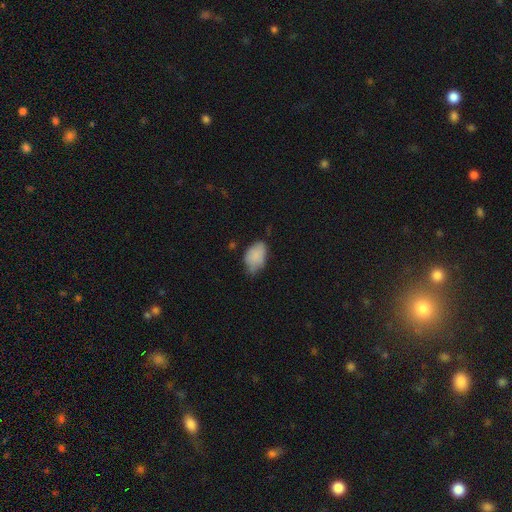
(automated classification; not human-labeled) Smooth or featured? Predicted: smooth (p=0.83). How rounded? Predicted: in between (p=0.88). Merging? Predicted: none (p=0.46).